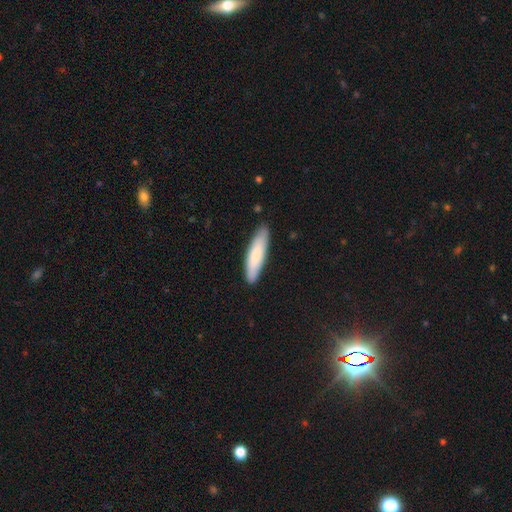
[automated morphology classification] Q: Smooth or featured?
A: smooth (77%); runner-up: featured or disk (18%)
Q: How rounded?
A: cigar-shaped (76%); runner-up: in between (23%)
Q: Merging?
A: none (86%); runner-up: minor disturbance (11%)